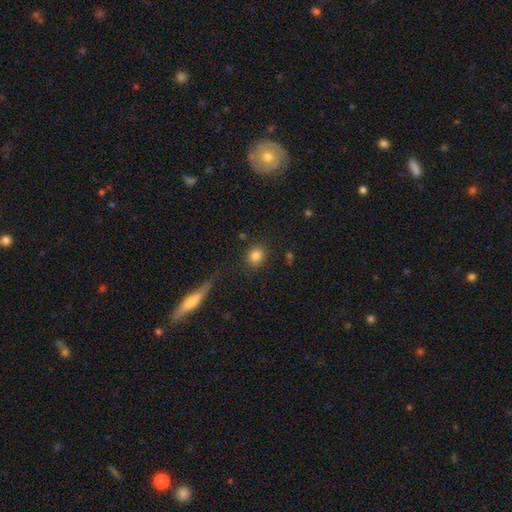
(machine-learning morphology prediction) A smooth galaxy with no disk features (83%) that is round (74%).

Vote fractions:
- Smooth or featured? smooth: 83% / star or artifact: 10% / featured or disk: 6%
- How rounded? round: 74% / in between: 24% / cigar-shaped: 2%
- Merging? none: 82% / minor disturbance: 11% / major disturbance: 4% / merger: 3%